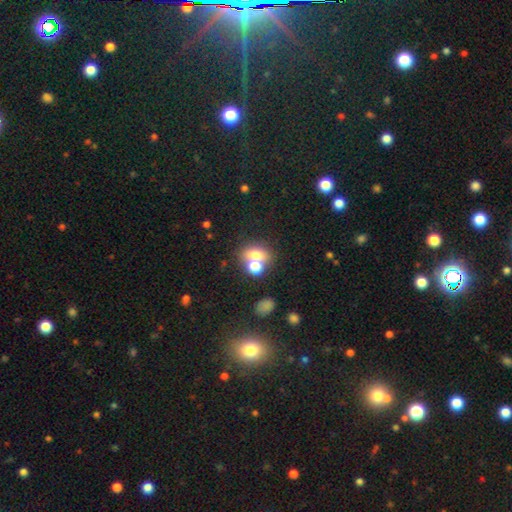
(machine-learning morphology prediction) type=smooth (68%); roundness=round (53%); merging=merger (46%).